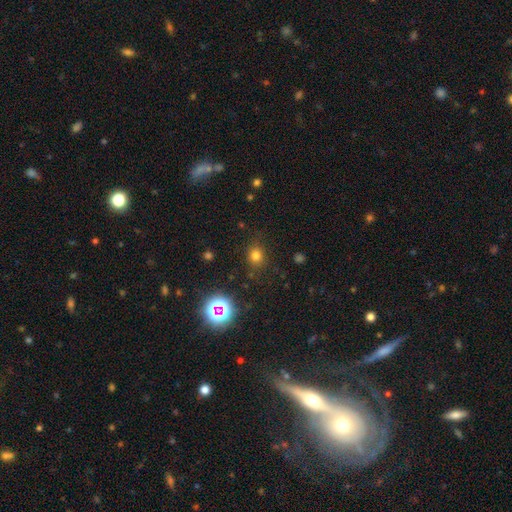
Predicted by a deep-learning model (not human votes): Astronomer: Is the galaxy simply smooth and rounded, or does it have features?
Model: smooth — 73%.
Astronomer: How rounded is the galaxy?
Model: round — 78%.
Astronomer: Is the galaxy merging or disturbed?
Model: none — 82%.